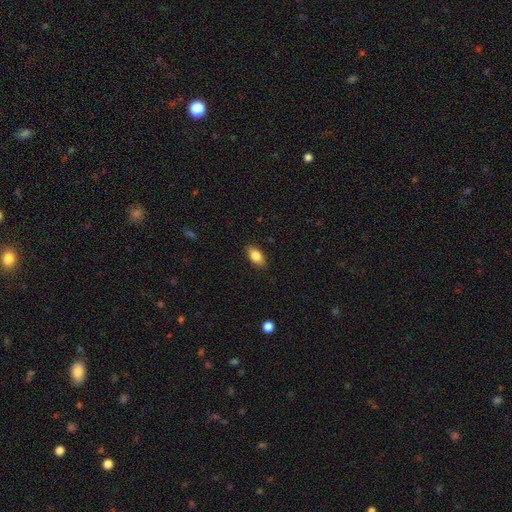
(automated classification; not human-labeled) Q: Smooth or featured?
A: smooth (81%); runner-up: featured or disk (11%)
Q: How rounded?
A: in between (88%); runner-up: cigar-shaped (7%)
Q: Merging?
A: none (87%); runner-up: minor disturbance (10%)